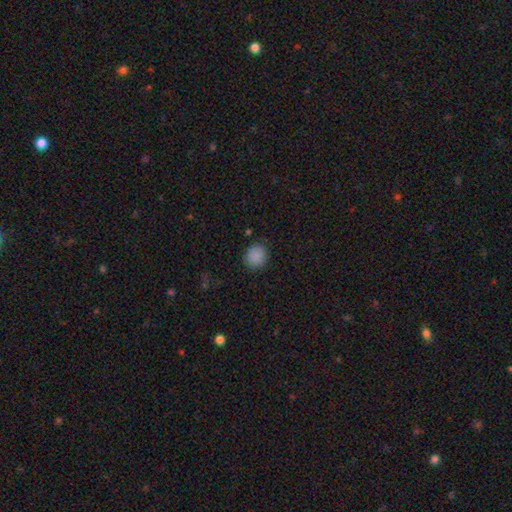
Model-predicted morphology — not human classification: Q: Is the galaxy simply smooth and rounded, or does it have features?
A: smooth — 87%.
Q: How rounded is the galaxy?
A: round — 79%.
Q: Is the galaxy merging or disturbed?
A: none — 85%.